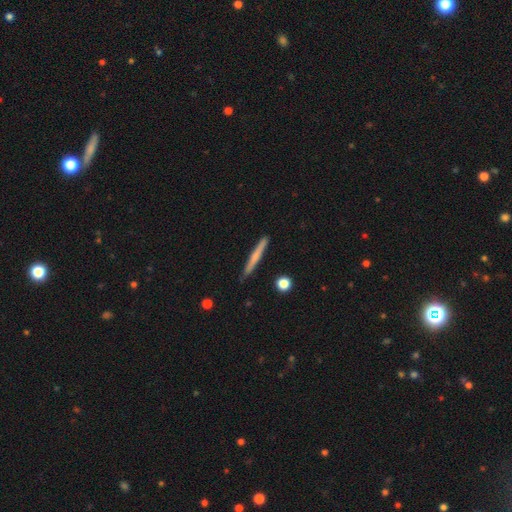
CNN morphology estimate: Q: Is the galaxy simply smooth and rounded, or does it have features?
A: smooth — 57%.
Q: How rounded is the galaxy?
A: cigar-shaped — 96%.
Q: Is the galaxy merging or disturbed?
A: none — 88%.